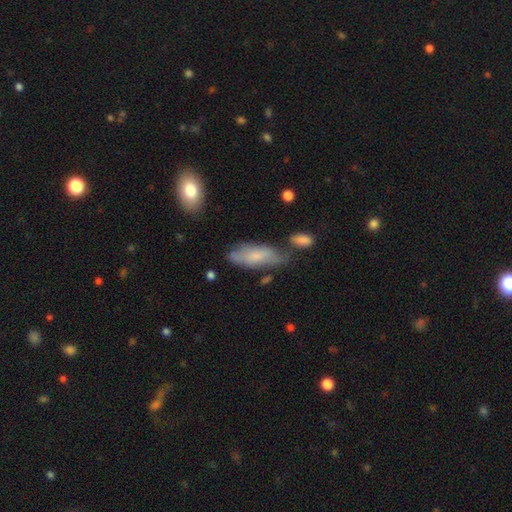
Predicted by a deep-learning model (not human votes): A smooth galaxy with no disk features (63%) that is in between round and cigar-shaped (72%). Merging: none (52%).